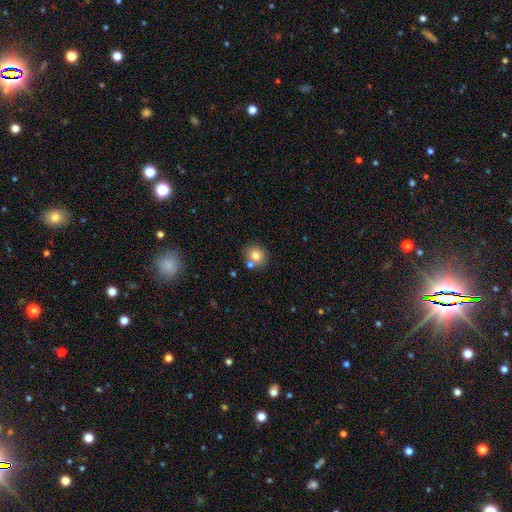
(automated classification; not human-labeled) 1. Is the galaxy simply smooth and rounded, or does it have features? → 77% smooth, 12% featured or disk, 11% star or artifact.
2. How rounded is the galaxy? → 84% round, 16% in between, 1% cigar-shaped.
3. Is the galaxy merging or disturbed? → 68% none, 19% merger, 10% minor disturbance, 3% major disturbance.